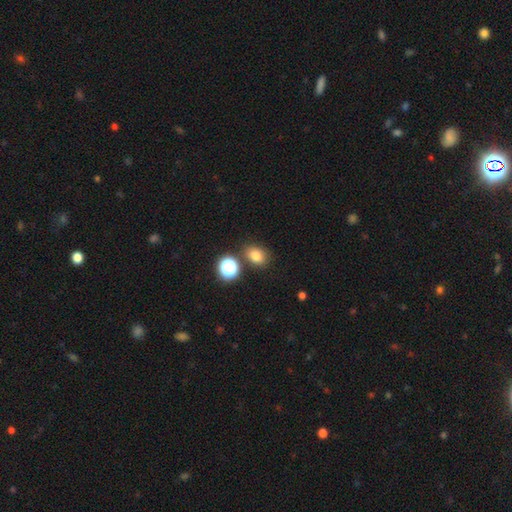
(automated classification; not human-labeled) Smooth or featured? Predicted: smooth (p=0.78). How rounded? Predicted: in between (p=0.54). Merging? Predicted: none (p=0.78).